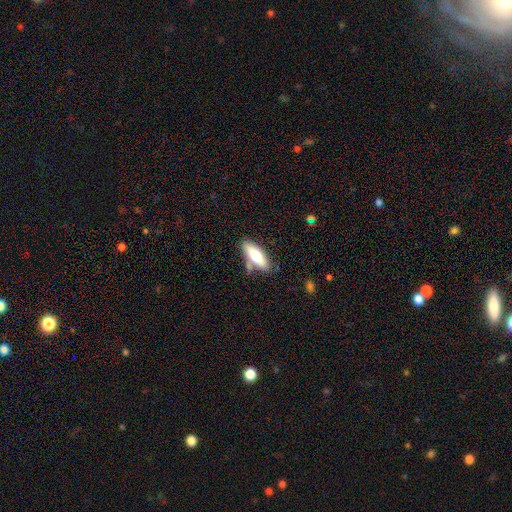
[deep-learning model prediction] Smooth or featured?
  - smooth: 69% *
  - featured or disk: 25%
  - star or artifact: 6%
How rounded?
  - in between: 63% *
  - cigar-shaped: 35%
  - round: 2%
Merging?
  - none: 71% *
  - minor disturbance: 16%
  - merger: 9%
  - major disturbance: 4%